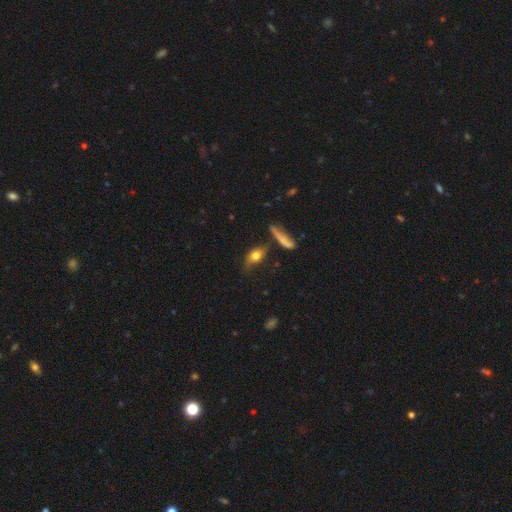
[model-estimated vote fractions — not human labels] Morphology: type=smooth (67%); roundness=in between (68%); merging=none (57%).